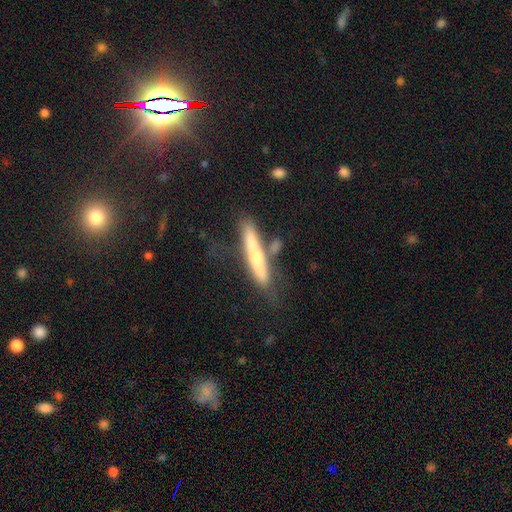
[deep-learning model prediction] Overall: featured or disk (50%; smooth 43%). Merging: none (60%).